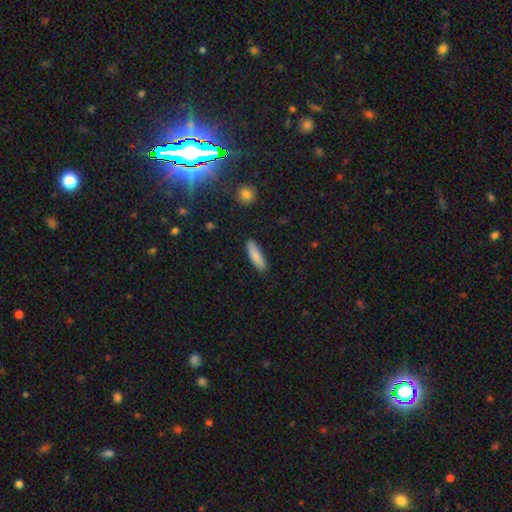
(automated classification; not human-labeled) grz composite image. It shows a smooth galaxy with no disk features (87%) that is cigar-shaped (66%). Merging: none (89%).